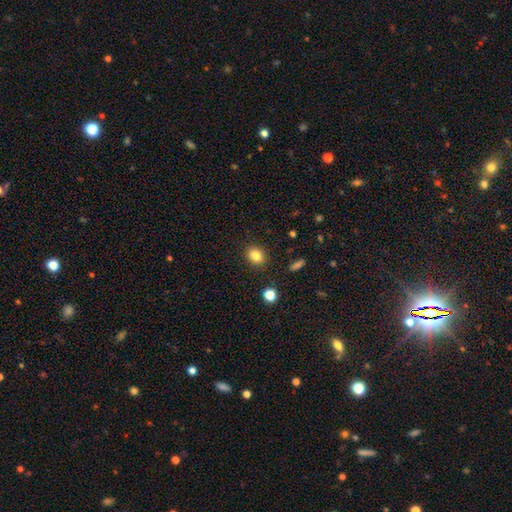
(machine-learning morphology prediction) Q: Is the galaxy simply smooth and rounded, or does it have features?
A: smooth — 83%.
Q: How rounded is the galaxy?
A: in between — 55%.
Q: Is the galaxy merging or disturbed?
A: none — 88%.